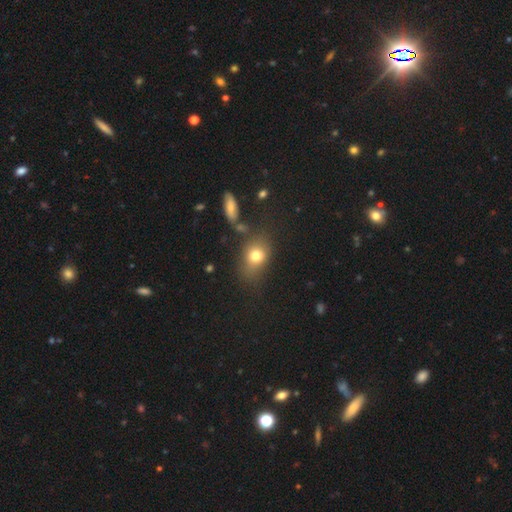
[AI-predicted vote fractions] A smooth galaxy with no disk features (75%) that is in between round and cigar-shaped (58%). Merging: none (63%).